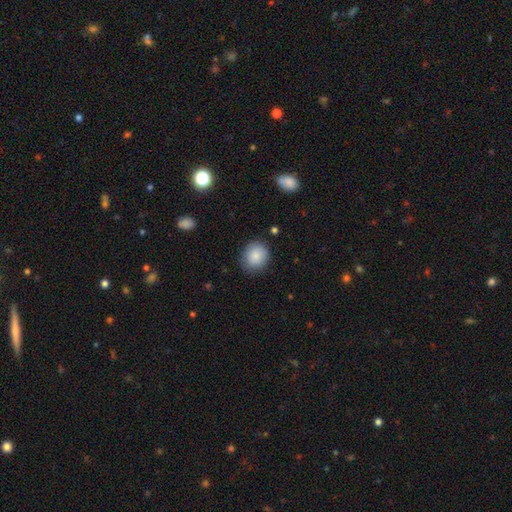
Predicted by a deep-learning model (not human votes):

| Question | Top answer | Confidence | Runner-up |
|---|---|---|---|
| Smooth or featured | smooth | 86% | star or artifact (8%) |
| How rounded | round | 76% | in between (23%) |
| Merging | none | 84% | minor disturbance (12%) |